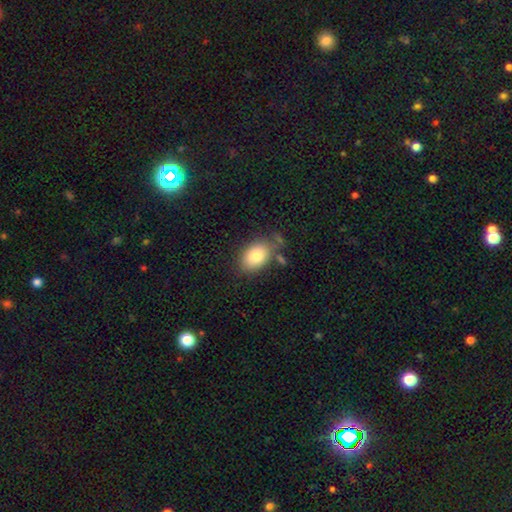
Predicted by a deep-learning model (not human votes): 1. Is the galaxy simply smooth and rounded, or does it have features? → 81% smooth, 11% featured or disk, 8% star or artifact.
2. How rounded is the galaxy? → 85% in between, 14% round, 1% cigar-shaped.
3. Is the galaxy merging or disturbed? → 71% none, 17% minor disturbance, 7% merger, 6% major disturbance.